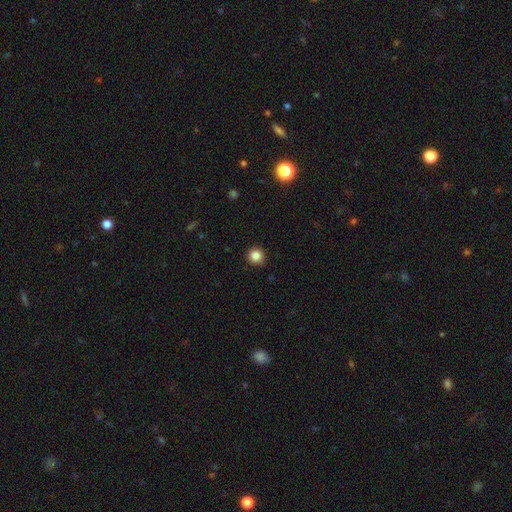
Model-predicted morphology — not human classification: This appears to be a smooth galaxy with no disk features (85%) that is round (94%). Merging: none (91%).